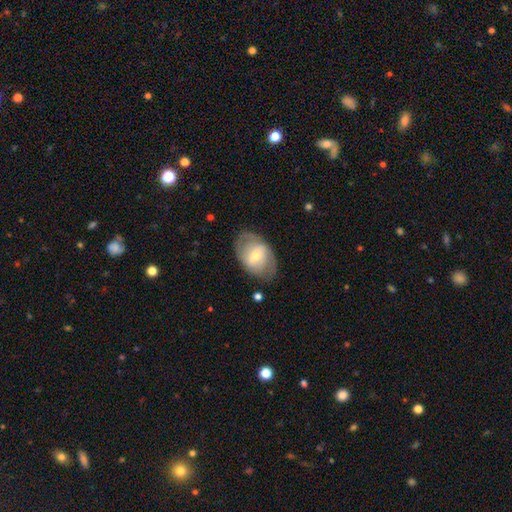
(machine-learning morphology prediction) This appears to be a featured or disk galaxy (53%). Merging: none (71%).